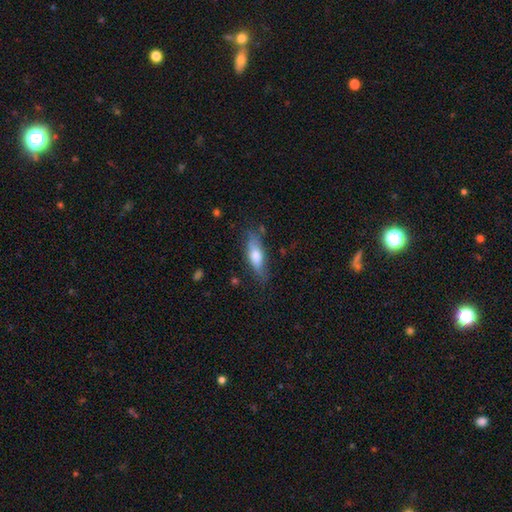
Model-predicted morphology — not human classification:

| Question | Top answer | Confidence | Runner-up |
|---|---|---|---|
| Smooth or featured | smooth | 61% | featured or disk (33%) |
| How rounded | in between | 49% | tied: cigar-shaped (49%) |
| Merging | none | 73% | minor disturbance (20%) |